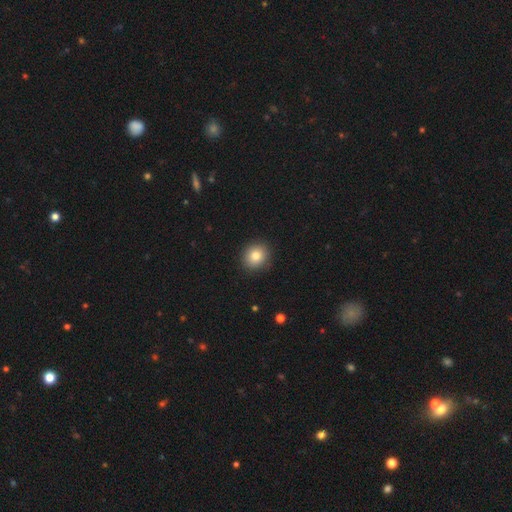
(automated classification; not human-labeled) A smooth galaxy with no disk features (81%) that is round (84%). Merging: none (91%).